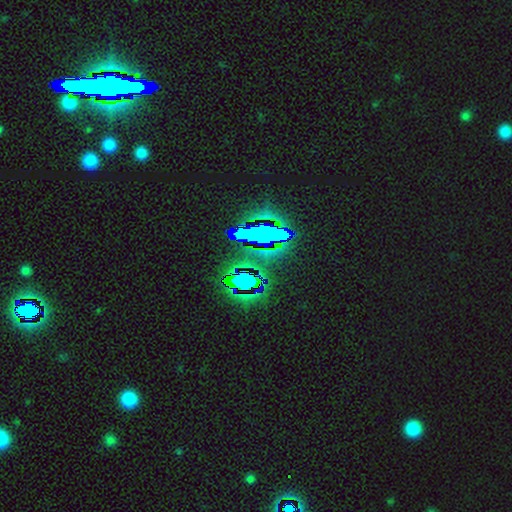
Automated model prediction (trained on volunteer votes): A star or artifact, not a galaxy (83%).

Vote fractions:
- Smooth or featured? star or artifact: 83% / featured or disk: 9% / smooth: 8%